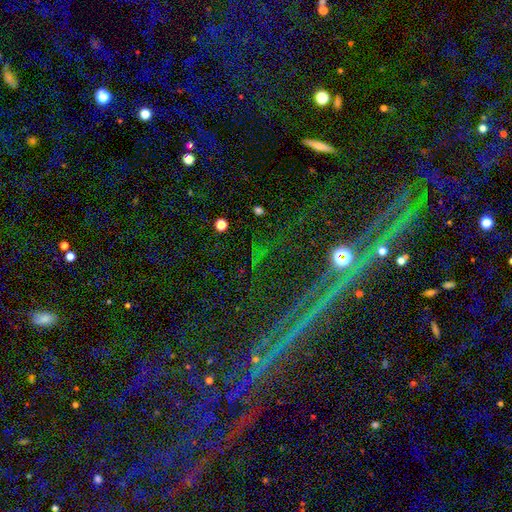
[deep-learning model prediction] A star or artifact, not a galaxy (76%).

Vote fractions:
- Smooth or featured? star or artifact: 76% / smooth: 12% / featured or disk: 12%